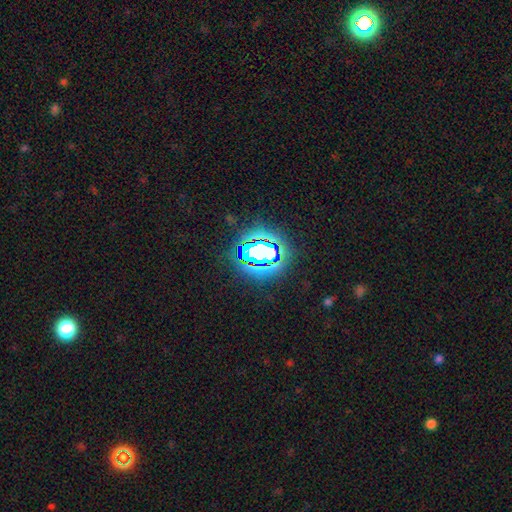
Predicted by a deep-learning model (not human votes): Q: Smooth or featured?
A: star or artifact (75%); runner-up: smooth (16%)